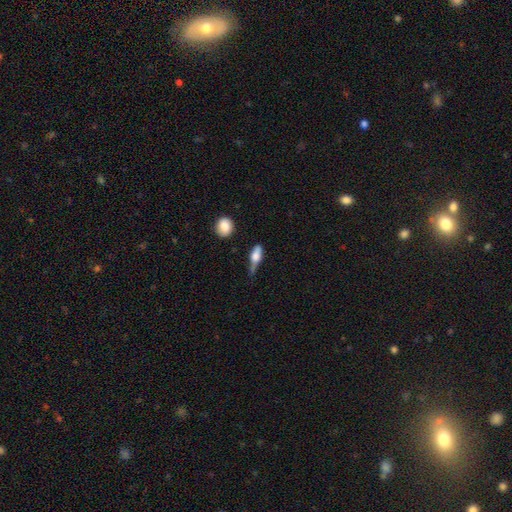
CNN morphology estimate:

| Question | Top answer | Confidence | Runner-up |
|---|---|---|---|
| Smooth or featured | smooth | 59% | featured or disk (33%) |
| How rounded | in between | 55% | cigar-shaped (34%) |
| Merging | none | 42% | minor disturbance (37%) |